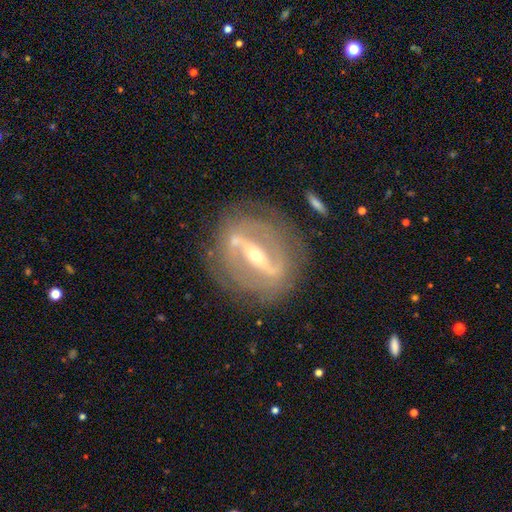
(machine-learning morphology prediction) This appears to be a featured or disk galaxy (85%) with a strong bar (79%), spiral arms (66%) and a small central bulge (55%). Merging: none (78%).